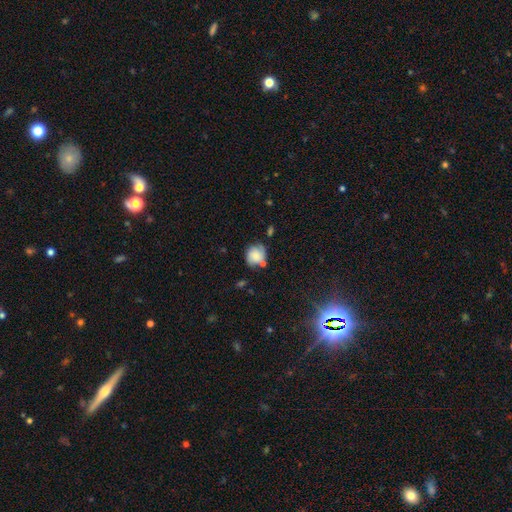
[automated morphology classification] Smooth or featured? smooth (56%)
How rounded? round (74%)
Merging? none (57%)